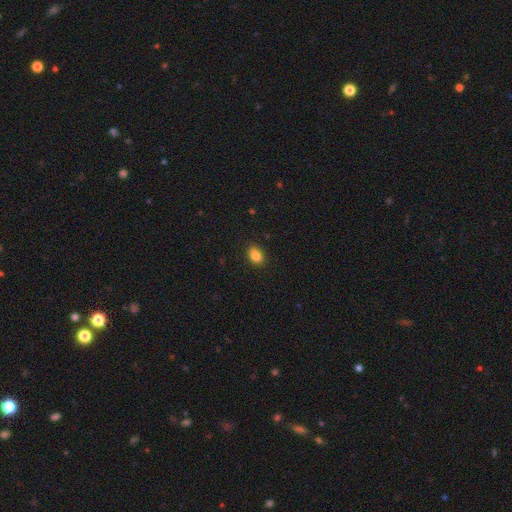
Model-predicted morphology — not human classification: Smooth or featured: smooth — 85% (star or artifact — 10%)
How rounded: in between — 70% (round — 29%)
Merging: none — 89% (minor disturbance — 8%)